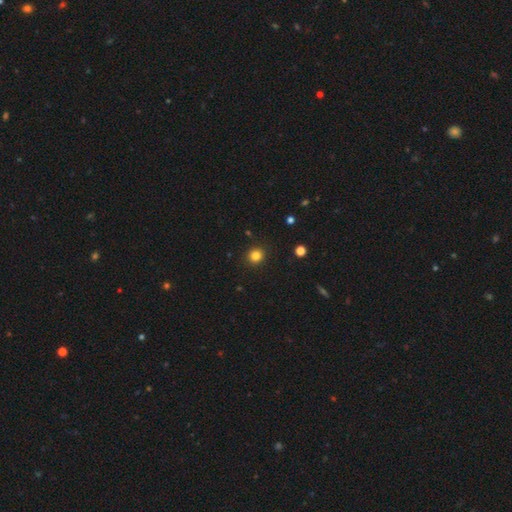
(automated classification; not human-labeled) smooth_or_featured: smooth (p=0.83) [alt: star or artifact p=0.13]
how_rounded: round (p=0.89) [alt: in between p=0.10]
merging: none (p=0.91) [alt: minor disturbance p=0.06]